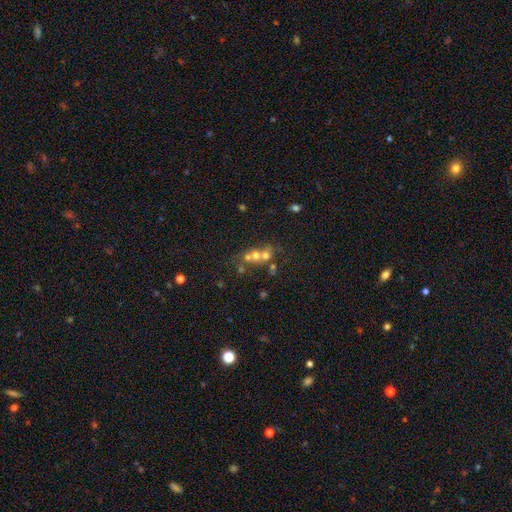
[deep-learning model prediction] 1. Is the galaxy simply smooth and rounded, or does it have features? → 47% smooth, 27% featured or disk, 26% star or artifact.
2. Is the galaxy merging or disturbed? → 53% merger, 34% none, 7% minor disturbance, 6% major disturbance.